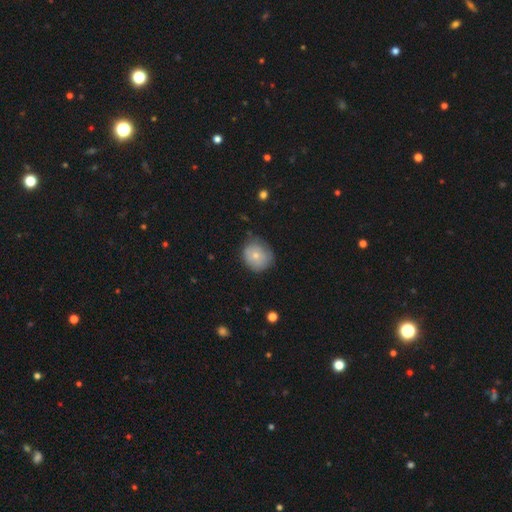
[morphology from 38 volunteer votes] smooth 82%, featured or disk 13%, star or artifact 5%. Down the decision tree: how rounded — round (77%); merging — none (53%).